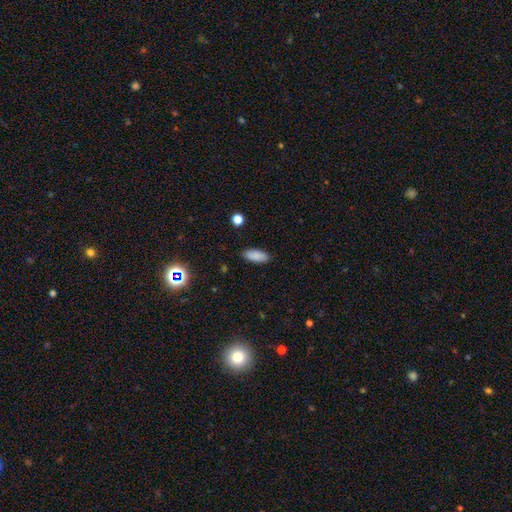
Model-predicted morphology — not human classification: smooth_or_featured: smooth (p=0.87) [alt: star or artifact p=0.08]
how_rounded: in between (p=0.82) [alt: cigar-shaped p=0.16]
merging: none (p=0.87) [alt: minor disturbance p=0.10]